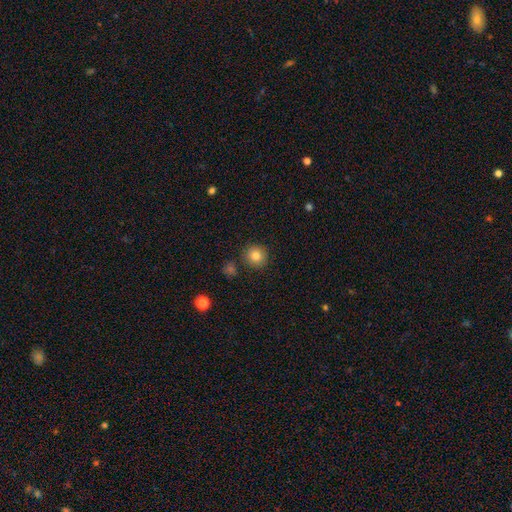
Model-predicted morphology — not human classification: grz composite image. It shows a smooth galaxy with no disk features (83%) that is round (93%). Merging: none (87%).